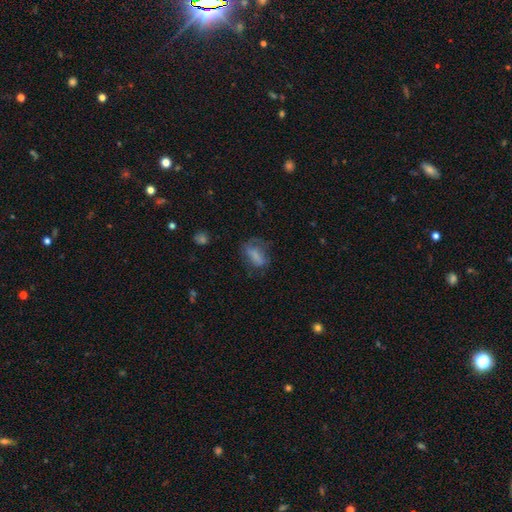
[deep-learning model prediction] Smooth or featured? smooth (63%)
How rounded? in between (82%)
Merging? none (41%)